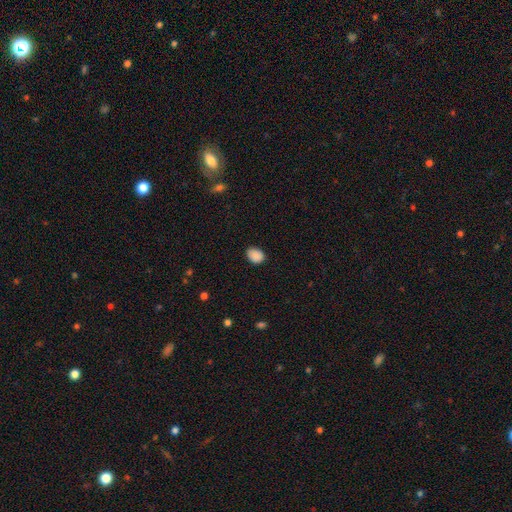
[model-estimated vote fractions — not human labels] Smooth or featured? smooth (89%)
How rounded? in between (65%)
Merging? none (83%)